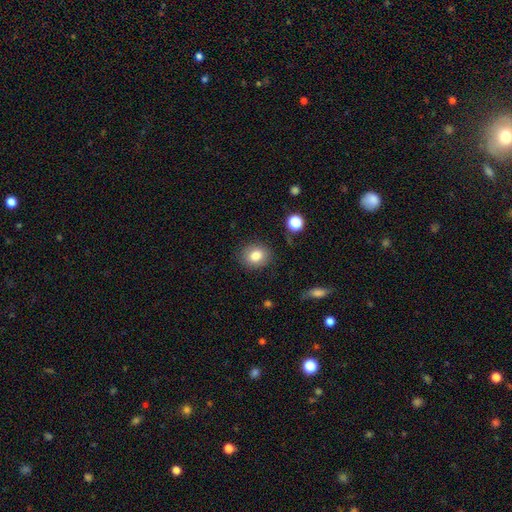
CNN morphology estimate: Smooth or featured? smooth (82%)
How rounded? round (63%)
Merging? none (85%)